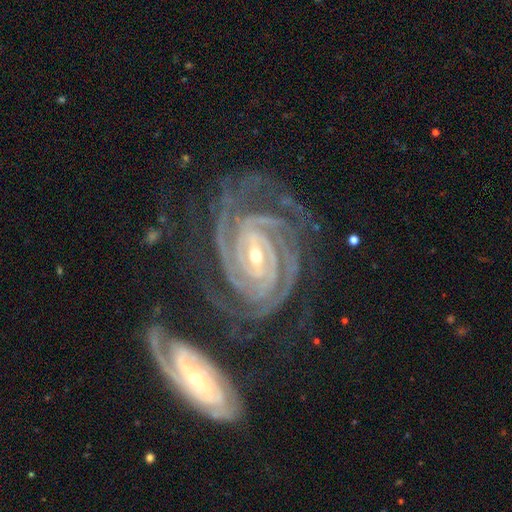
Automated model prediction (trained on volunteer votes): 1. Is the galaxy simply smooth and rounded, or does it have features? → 93% featured or disk, 4% star or artifact, 3% smooth.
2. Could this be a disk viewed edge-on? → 97% no, 3% yes.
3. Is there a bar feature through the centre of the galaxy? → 40% strong, 34% weak, 26% no.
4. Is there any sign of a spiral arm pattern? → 99% yes, 1% no.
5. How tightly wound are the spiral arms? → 83% tight, 15% medium, 2% loose.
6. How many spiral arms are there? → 30% 3, 26% 2, 22% 4, 11% can't tell, 7% more than 4, 6% 1.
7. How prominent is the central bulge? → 61% small, 36% moderate, 1% large, 1% none, 1% dominant.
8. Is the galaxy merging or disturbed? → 58% none, 18% minor disturbance, 16% merger, 9% major disturbance.